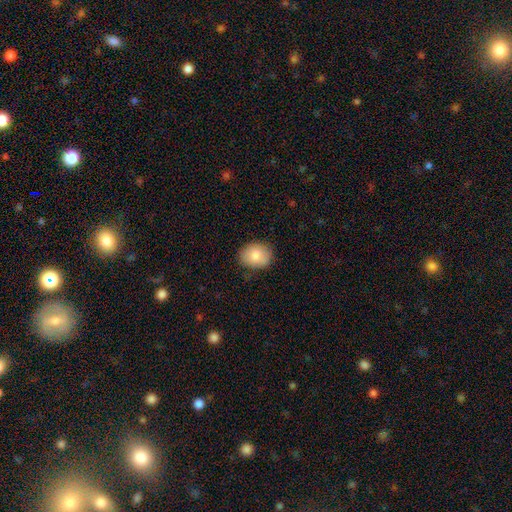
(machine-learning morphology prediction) Smooth or featured: smooth — 83% (featured or disk — 10%)
How rounded: in between — 54% (round — 45%)
Merging: none — 81% (minor disturbance — 15%)